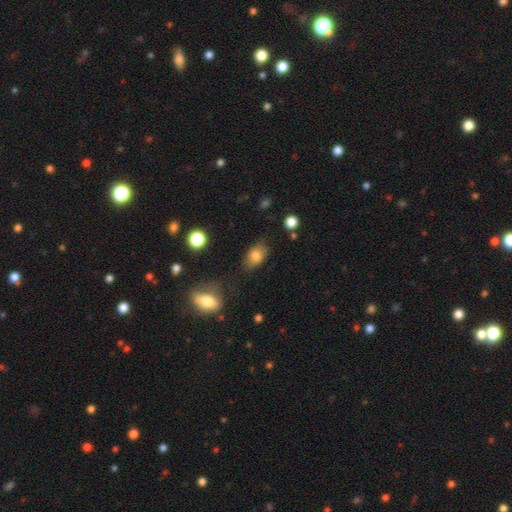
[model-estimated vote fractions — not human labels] smooth_or_featured: smooth (p=0.79) [alt: featured or disk p=0.11]
how_rounded: in between (p=0.86) [alt: round p=0.12]
merging: none (p=0.76) [alt: minor disturbance p=0.16]